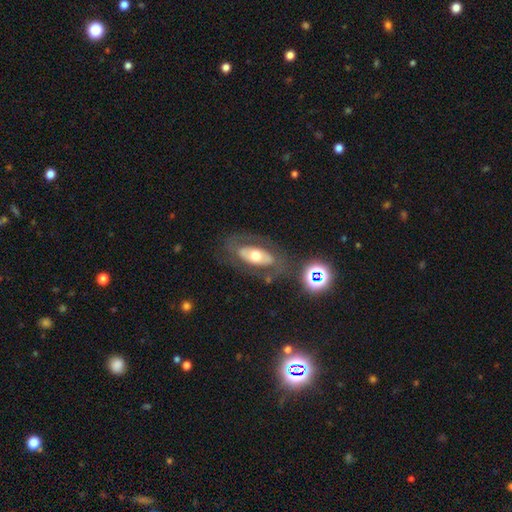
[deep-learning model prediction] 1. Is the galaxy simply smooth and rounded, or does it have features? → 52% featured or disk, 39% smooth, 9% star or artifact.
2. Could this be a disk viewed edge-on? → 86% no, 14% yes.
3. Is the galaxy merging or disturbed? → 71% none, 14% minor disturbance, 11% major disturbance, 4% merger.